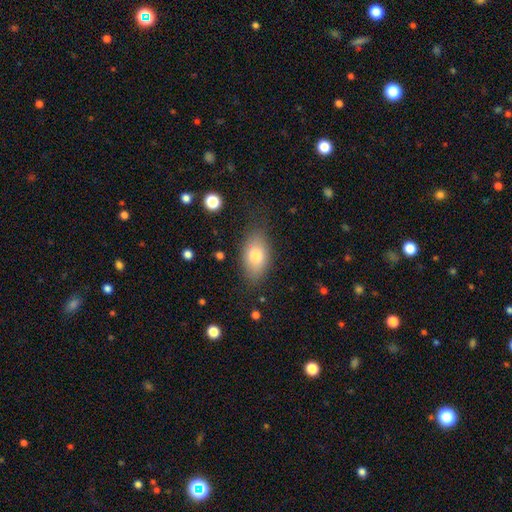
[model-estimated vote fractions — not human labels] Smooth or featured: smooth — 76% (featured or disk — 16%)
How rounded: in between — 89% (round — 8%)
Merging: none — 73% (minor disturbance — 18%)